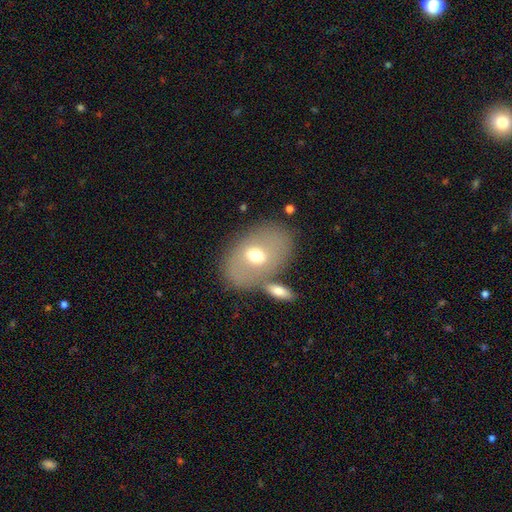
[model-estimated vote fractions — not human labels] Smooth or featured?
  - smooth: 57% *
  - featured or disk: 34%
  - star or artifact: 8%
How rounded?
  - in between: 80% *
  - round: 18%
  - cigar-shaped: 2%
Merging?
  - none: 61% *
  - merger: 19%
  - minor disturbance: 14%
  - major disturbance: 6%